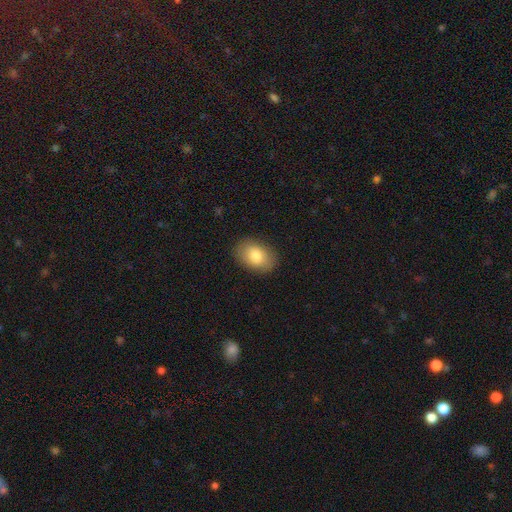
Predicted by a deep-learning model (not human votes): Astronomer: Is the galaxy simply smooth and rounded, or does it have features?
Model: smooth — 81%.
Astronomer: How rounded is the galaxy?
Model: in between — 86%.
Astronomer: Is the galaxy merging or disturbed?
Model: none — 87%.